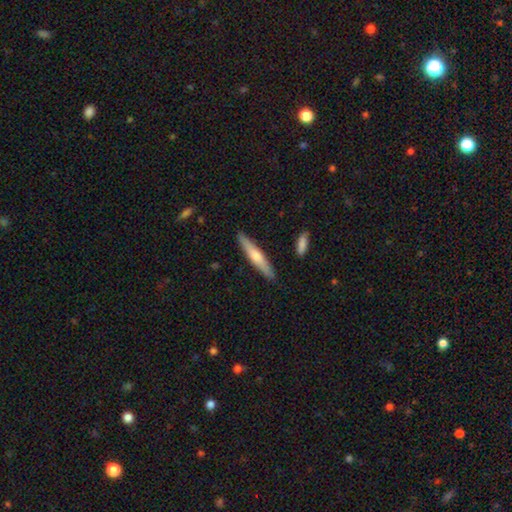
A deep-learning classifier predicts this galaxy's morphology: A featured or disk galaxy (50%) viewed edge-on (95%). Merging: none (90%).